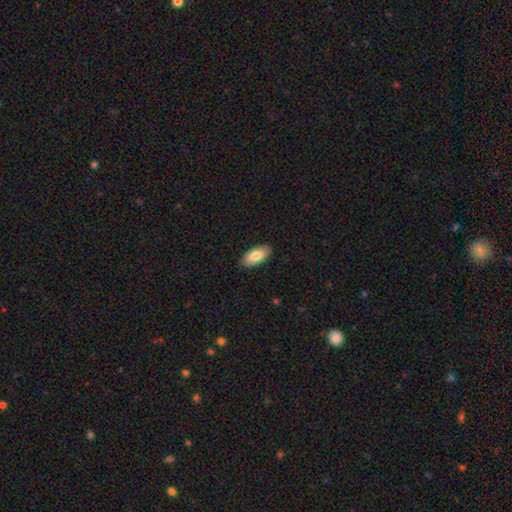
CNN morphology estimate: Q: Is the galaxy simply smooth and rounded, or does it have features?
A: smooth — 82%.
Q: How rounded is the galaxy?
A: in between — 91%.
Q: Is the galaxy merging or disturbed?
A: none — 89%.